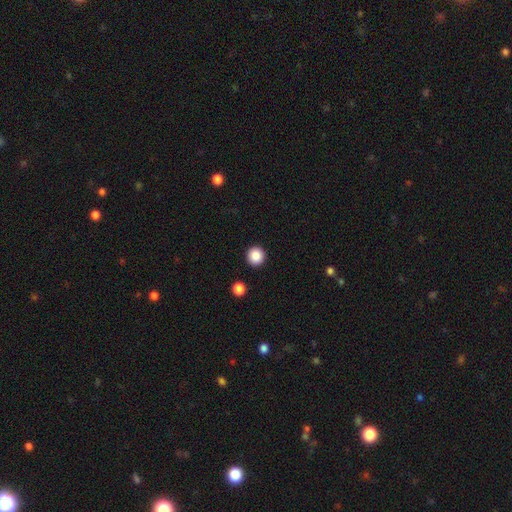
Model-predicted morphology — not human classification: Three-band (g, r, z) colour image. It shows a smooth galaxy with no disk features (87%) that is round (95%). Merging: none (93%).